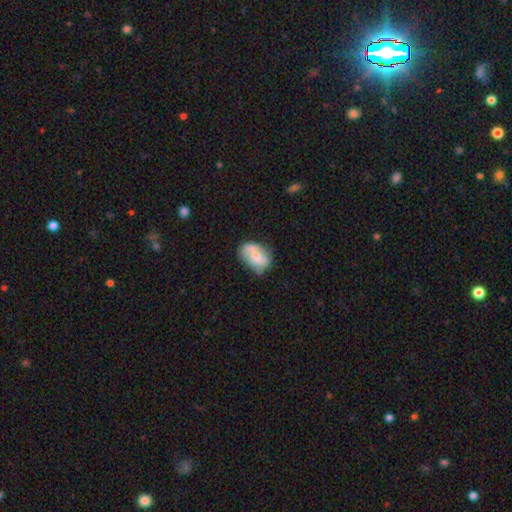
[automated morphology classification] Smooth or featured? smooth (54%)
How rounded? in between (85%)
Merging? none (48%)